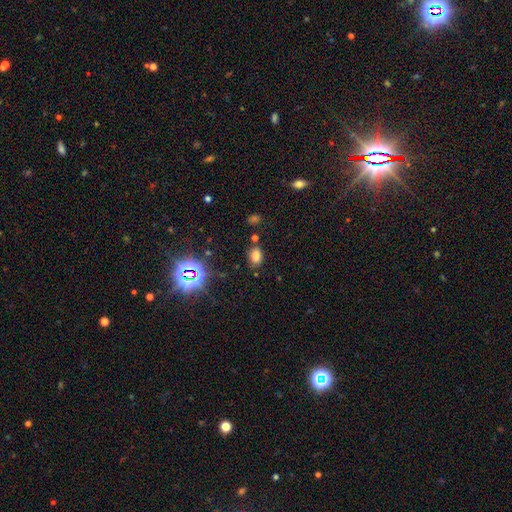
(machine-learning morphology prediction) Q: Smooth or featured?
A: smooth (71%); runner-up: star or artifact (21%)
Q: How rounded?
A: in between (79%); runner-up: round (19%)
Q: Merging?
A: none (79%); runner-up: minor disturbance (11%)